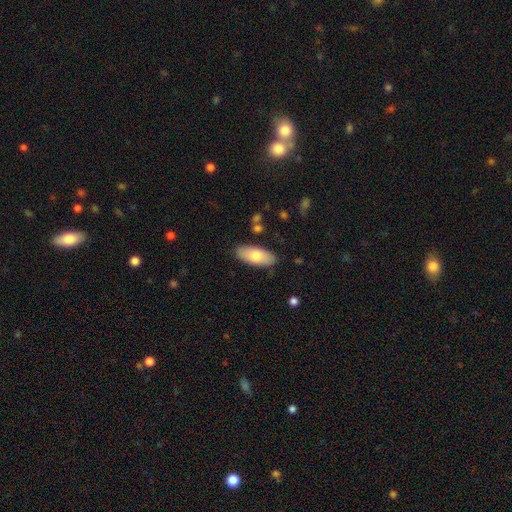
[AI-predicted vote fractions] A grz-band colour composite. It shows a smooth galaxy with no disk features (74%) that is in between round and cigar-shaped (86%). Merging: none (86%).